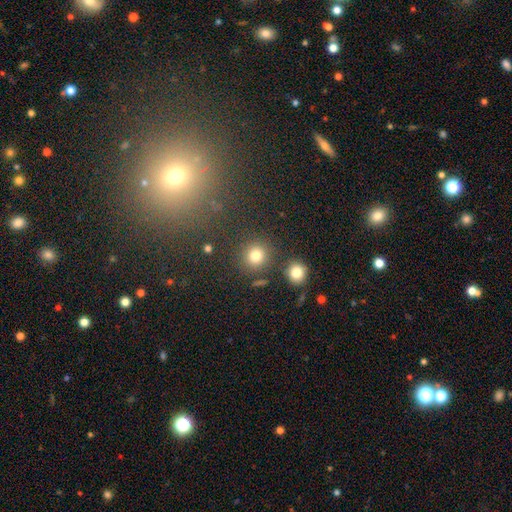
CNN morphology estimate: smooth_or_featured: smooth (p=0.79) [alt: star or artifact p=0.14]
how_rounded: round (p=0.89) [alt: in between p=0.09]
merging: none (p=0.83) [alt: minor disturbance p=0.08]